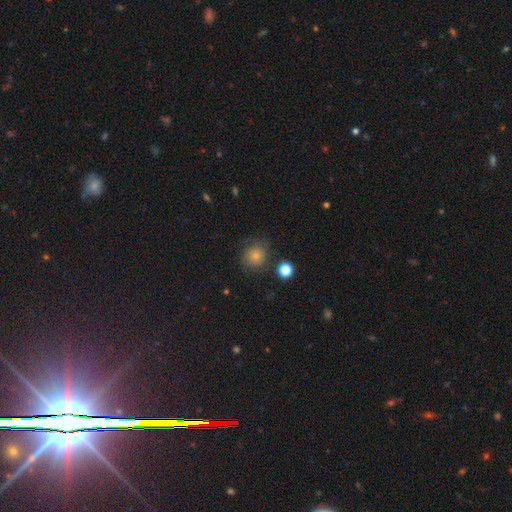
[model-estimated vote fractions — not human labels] Smooth or featured? Predicted: smooth (p=0.72). How rounded? Predicted: round (p=0.87). Merging? Predicted: none (p=0.69).